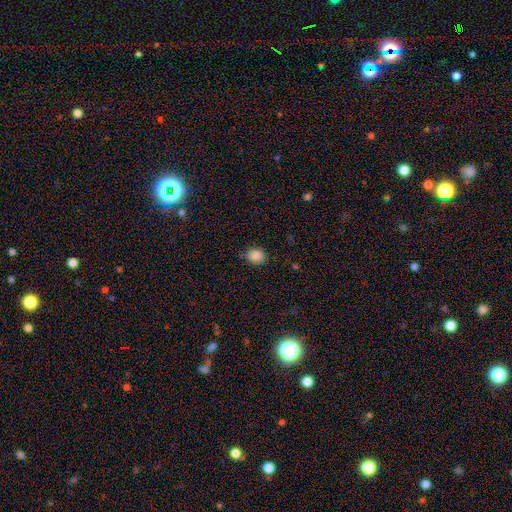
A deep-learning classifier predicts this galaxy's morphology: smooth-or-featured: smooth: 86% | star or artifact: 10% | featured or disk: 4%
  how-rounded: round: 66% | in between: 33% | cigar-shaped: 1%
  merging: none: 83% | minor disturbance: 13% | major disturbance: 3% | merger: 2%